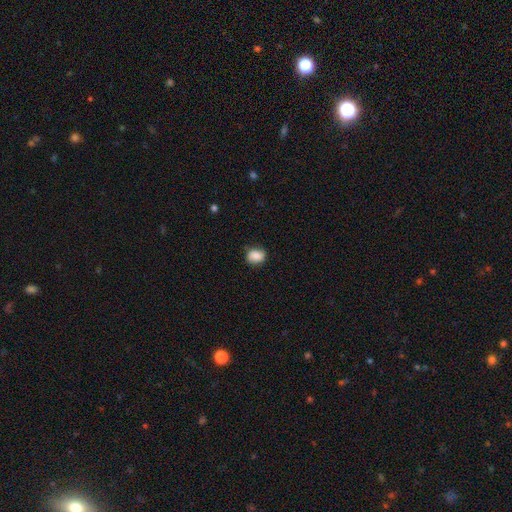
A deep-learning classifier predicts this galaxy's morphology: A smooth galaxy with no disk features (83%) that is round (52%).

Vote fractions:
- Smooth or featured? smooth: 83% / featured or disk: 9% / star or artifact: 8%
- How rounded? round: 52% / in between: 47% / cigar-shaped: 1%
- Merging? none: 78% / minor disturbance: 17% / major disturbance: 4% / merger: 1%